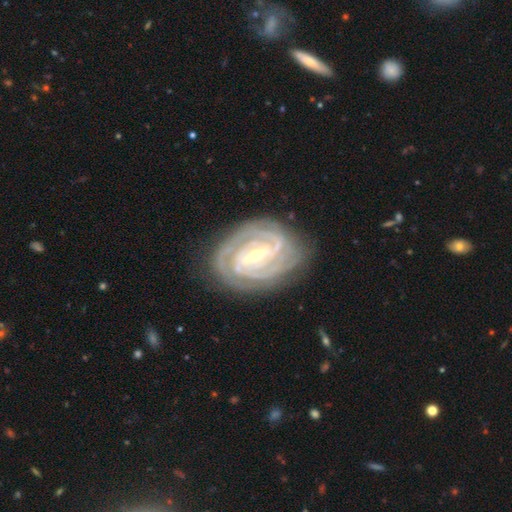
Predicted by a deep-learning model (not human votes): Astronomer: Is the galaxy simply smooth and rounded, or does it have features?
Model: featured or disk — 91%.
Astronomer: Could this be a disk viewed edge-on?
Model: no — 97%.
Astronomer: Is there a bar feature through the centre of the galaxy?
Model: strong — 55% (runner-up: weak, 35%).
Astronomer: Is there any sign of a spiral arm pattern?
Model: yes — 98%.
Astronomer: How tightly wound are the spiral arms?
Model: tight — 79%.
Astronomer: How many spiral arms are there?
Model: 2 — 35% (runner-up: 3, 27%).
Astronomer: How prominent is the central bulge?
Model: small — 57% (runner-up: moderate, 40%).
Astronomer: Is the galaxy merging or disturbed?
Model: none — 80%.